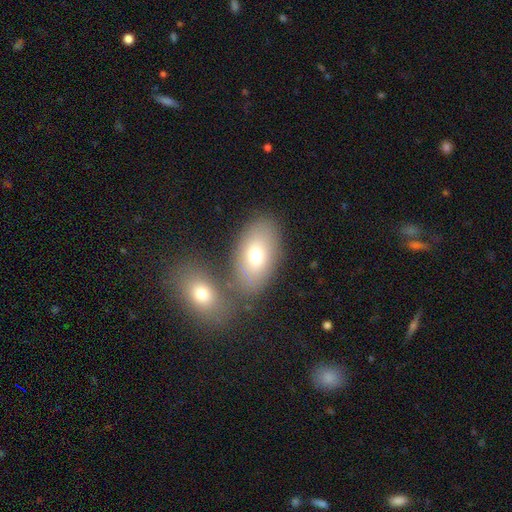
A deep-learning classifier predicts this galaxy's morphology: A smooth galaxy with no disk features (72%) that is in between round and cigar-shaped (90%).

Vote fractions:
- Smooth or featured? smooth: 72% / featured or disk: 20% / star or artifact: 9%
- How rounded? in between: 90% / round: 8% / cigar-shaped: 2%
- Merging? none: 68% / merger: 16% / minor disturbance: 12% / major disturbance: 4%